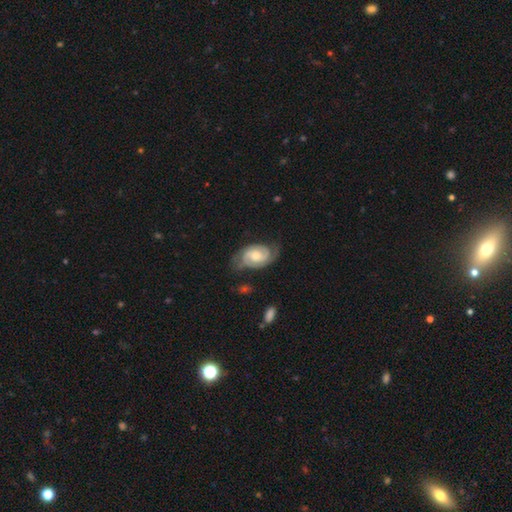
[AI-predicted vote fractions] featured or disk 83%, smooth 12%, star or artifact 5%. Down the decision tree: edge-on disk — no (97%); bar — no (58%); spiral arms — yes (96%); spiral arm count — 2 (82%); spiral winding — tight (50%); bulge size — moderate (60%); merging — none (67%).